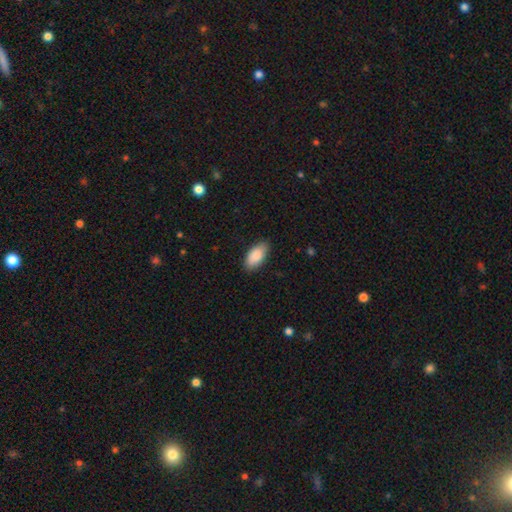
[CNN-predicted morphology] The model was most divided on "merging": none: 86%, minor disturbance: 11%, major disturbance: 2%, merger: 1%. More confident: how rounded — in between (93%); smooth or featured — smooth (88%).